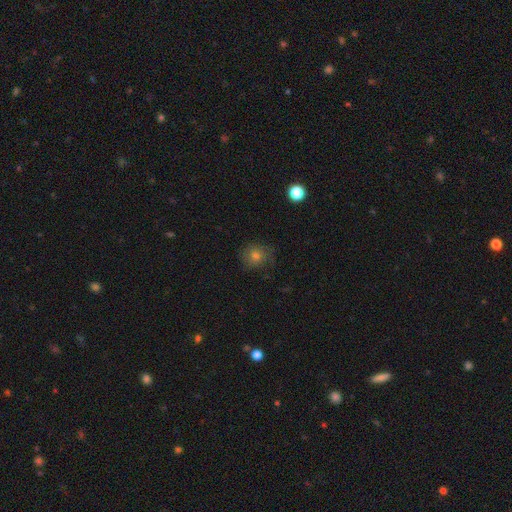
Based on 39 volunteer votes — smooth_or_featured: smooth (p=0.85) [alt: featured or disk p=0.10]
how_rounded: round (p=0.91) [alt: in between p=0.09]
merging: none (p=0.76) [alt: minor disturbance p=0.16]